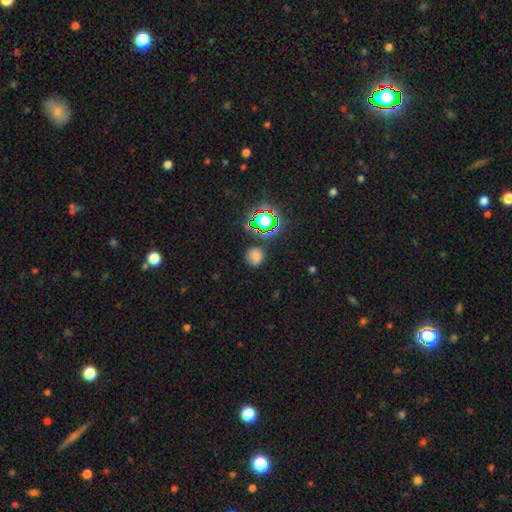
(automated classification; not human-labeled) A smooth galaxy with no disk features (69%) that is round (86%). Merging: none (80%).